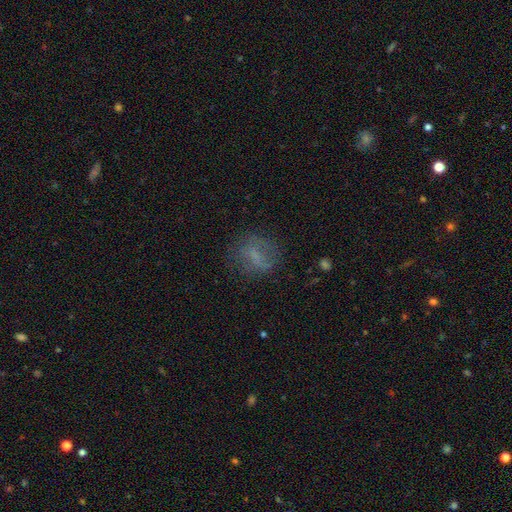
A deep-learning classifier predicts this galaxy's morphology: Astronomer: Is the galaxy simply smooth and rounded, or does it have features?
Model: smooth — 51% (runner-up: featured or disk, 34%).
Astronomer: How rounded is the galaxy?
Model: round — 55% (runner-up: in between, 40%).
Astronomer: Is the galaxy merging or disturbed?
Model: none — 67%.